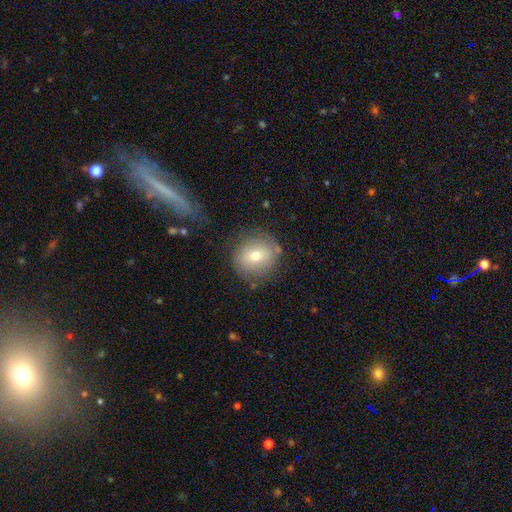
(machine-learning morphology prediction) Smooth or featured? smooth (67%)
How rounded? round (80%)
Merging? none (75%)